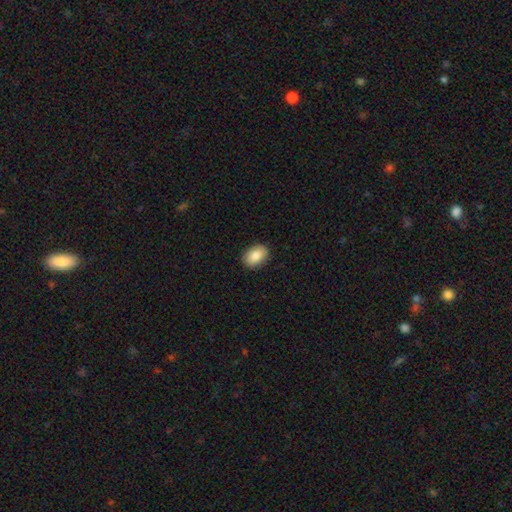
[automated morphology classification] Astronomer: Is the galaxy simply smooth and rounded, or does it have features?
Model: smooth — 84%.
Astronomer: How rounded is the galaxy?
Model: in between — 82%.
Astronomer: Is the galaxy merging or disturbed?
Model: none — 89%.